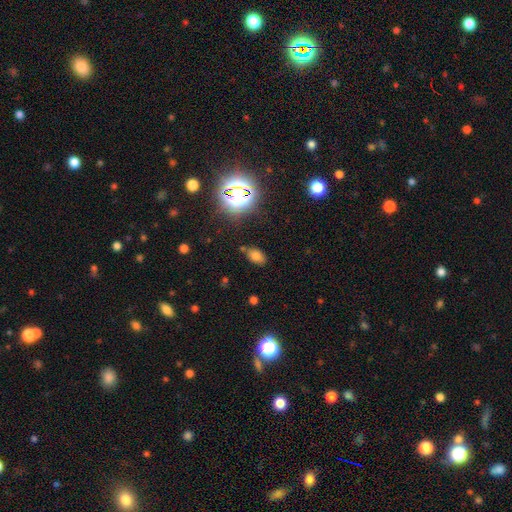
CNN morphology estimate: smooth_or_featured: smooth (p=0.70) [alt: star or artifact p=0.21]
how_rounded: in between (p=0.87) [alt: round p=0.11]
merging: none (p=0.78) [alt: minor disturbance p=0.14]